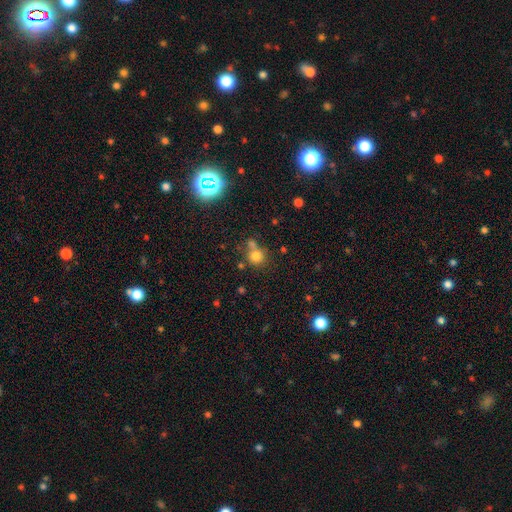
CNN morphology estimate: Smooth or featured? Predicted: smooth (p=0.75). How rounded? Predicted: round (p=0.86). Merging? Predicted: none (p=0.54).